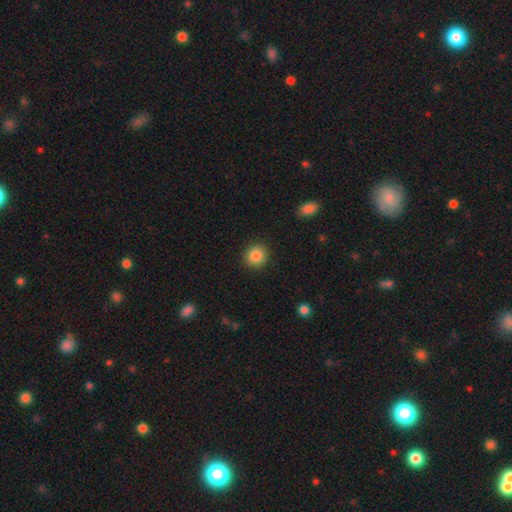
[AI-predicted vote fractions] smooth-or-featured: smooth: 86% | star or artifact: 10% | featured or disk: 5%
  how-rounded: round: 90% | in between: 9% | cigar-shaped: 1%
  merging: none: 91% | minor disturbance: 6% | major disturbance: 2% | merger: 1%